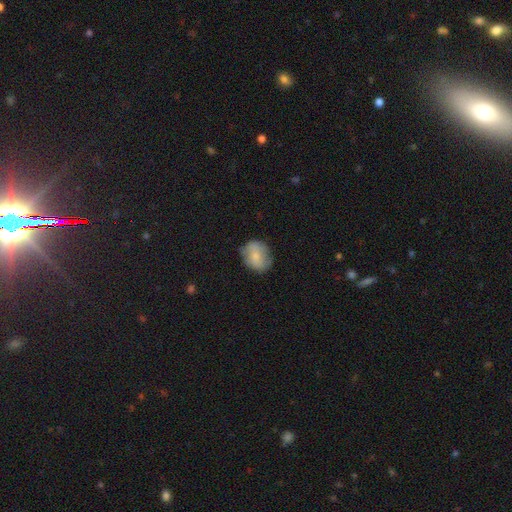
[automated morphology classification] Smooth or featured: smooth — 65% (featured or disk — 28%)
How rounded: round — 57% (in between — 41%)
Merging: none — 71% (minor disturbance — 22%)